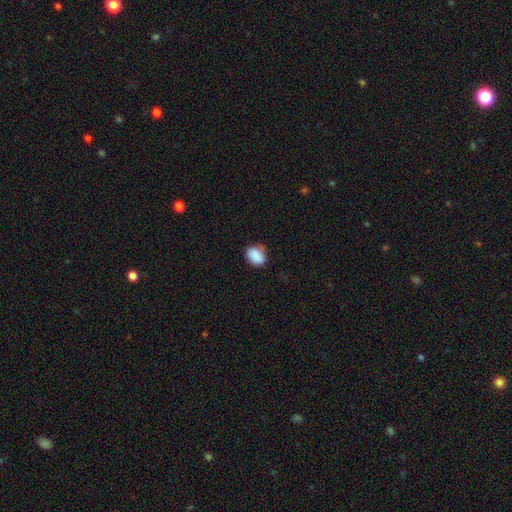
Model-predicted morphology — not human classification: smooth 88%, star or artifact 8%, featured or disk 4%. Down the decision tree: how rounded — in between (69%); merging — none (68%).